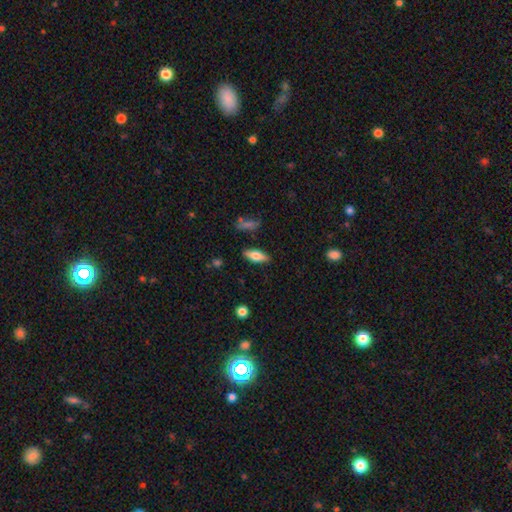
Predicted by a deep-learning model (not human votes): Morphology: type=smooth (64%); roundness=in between (67%); merging=none (85%).